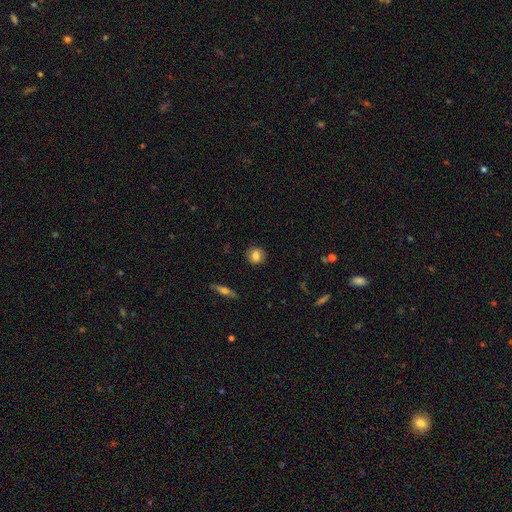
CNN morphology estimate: Smooth or featured?
  - smooth: 80% *
  - featured or disk: 11%
  - star or artifact: 9%
How rounded?
  - round: 85% *
  - in between: 14%
  - cigar-shaped: 2%
Merging?
  - none: 88% *
  - minor disturbance: 8%
  - major disturbance: 2%
  - merger: 1%